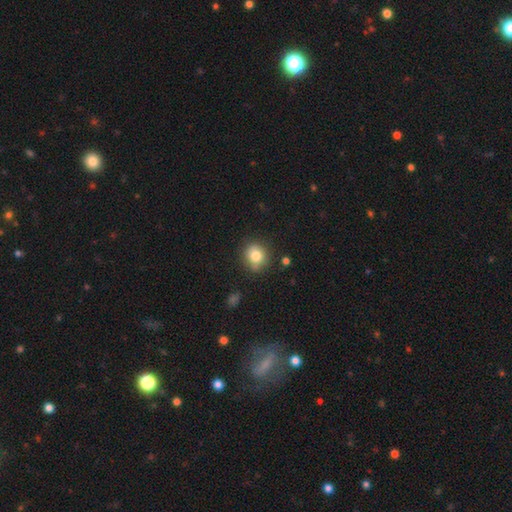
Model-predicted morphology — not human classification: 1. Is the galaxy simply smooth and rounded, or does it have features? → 79% smooth, 10% star or artifact, 10% featured or disk.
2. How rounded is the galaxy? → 83% round, 16% in between, 1% cigar-shaped.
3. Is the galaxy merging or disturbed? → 81% none, 14% minor disturbance, 3% major disturbance, 3% merger.